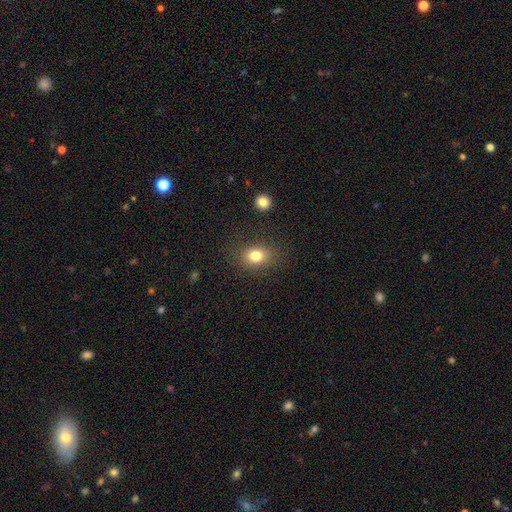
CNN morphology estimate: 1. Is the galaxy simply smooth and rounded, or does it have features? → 80% smooth, 12% star or artifact, 9% featured or disk.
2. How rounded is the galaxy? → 54% in between, 45% round, 1% cigar-shaped.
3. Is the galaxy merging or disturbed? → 82% none, 11% minor disturbance, 5% major disturbance, 2% merger.